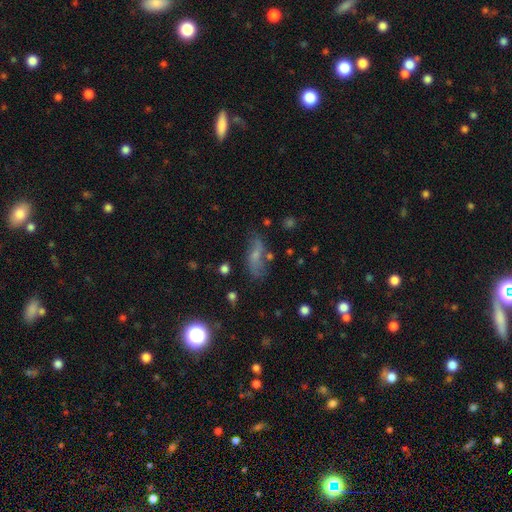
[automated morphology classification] Smooth or featured: smooth — 45% (featured or disk — 38%)
Merging: none — 56% (minor disturbance — 24%)